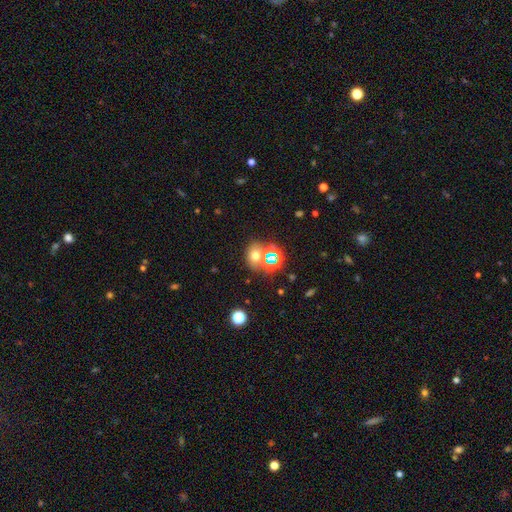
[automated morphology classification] This is possibly a smooth galaxy (56%). How rounded: likely round (61%). Merging: likely none (61%).